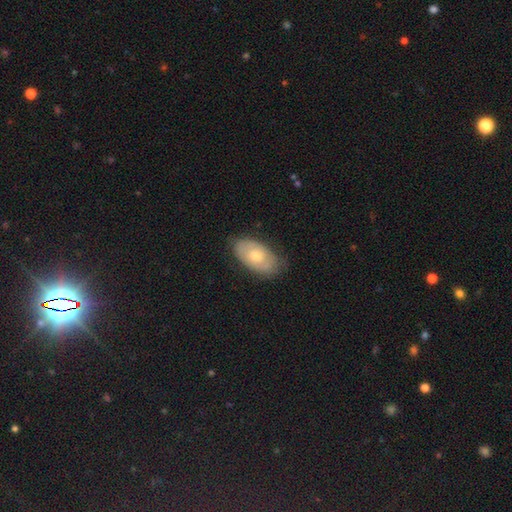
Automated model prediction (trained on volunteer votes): Smooth or featured: smooth — 59% (featured or disk — 35%)
How rounded: in between — 93% (round — 5%)
Merging: none — 74% (minor disturbance — 20%)